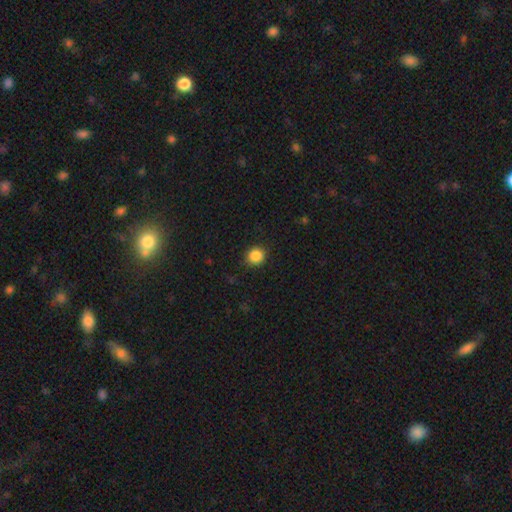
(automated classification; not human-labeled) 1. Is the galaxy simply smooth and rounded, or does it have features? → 87% smooth, 10% star or artifact, 3% featured or disk.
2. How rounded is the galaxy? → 88% round, 11% in between, 1% cigar-shaped.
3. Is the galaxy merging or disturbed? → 89% none, 8% minor disturbance, 2% major disturbance, 1% merger.